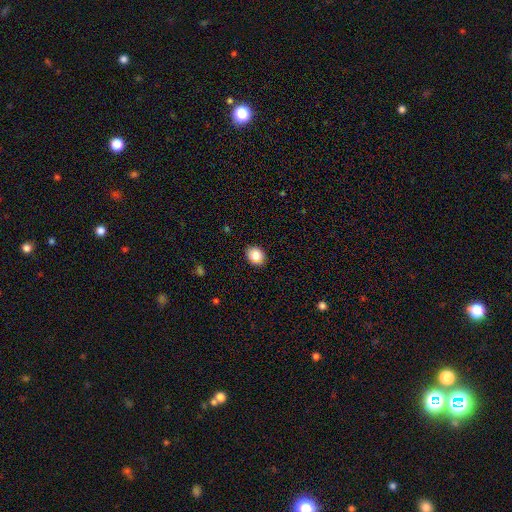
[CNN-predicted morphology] The model was most divided on "how rounded": round: 52%, in between: 47%, cigar-shaped: 1%. More confident: merging — none (86%); smooth or featured — smooth (86%).